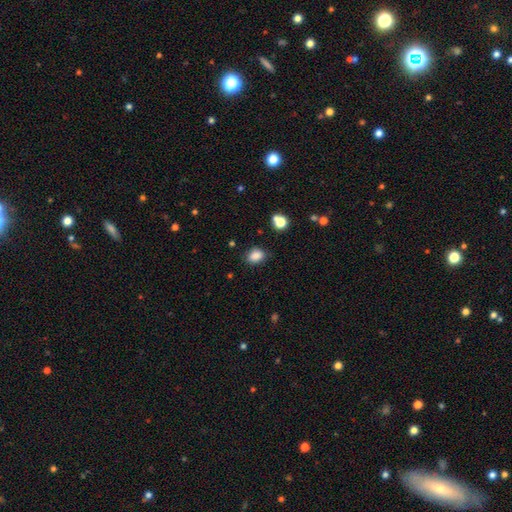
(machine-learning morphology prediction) Overall: smooth (86%). How rounded: in between (66%; round 33%). Merging: none (81%).